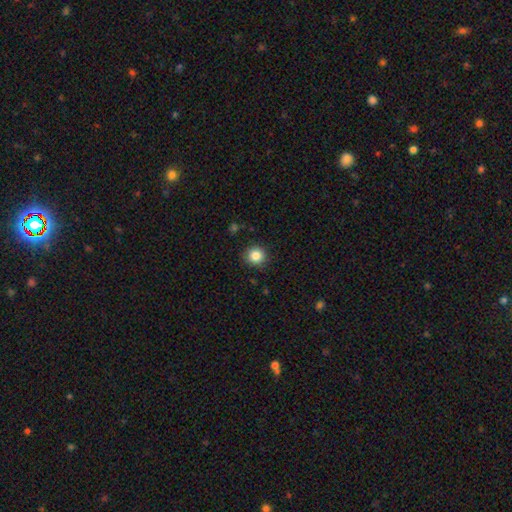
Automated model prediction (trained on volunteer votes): Overall: smooth (85%). How rounded: round (92%). Merging: none (89%).